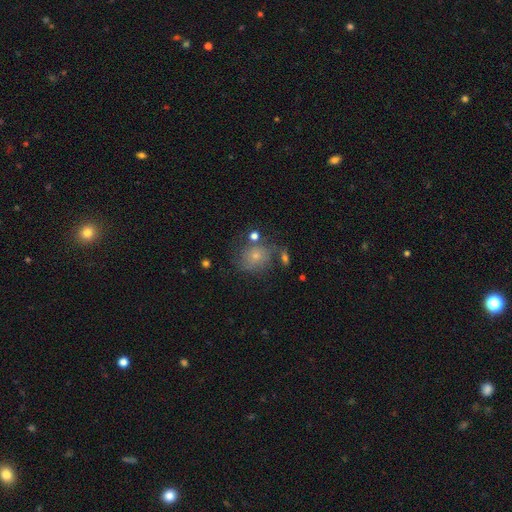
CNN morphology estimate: Q: Smooth or featured?
A: smooth (53%); runner-up: featured or disk (31%)
Q: How rounded?
A: round (75%); runner-up: in between (24%)
Q: Merging?
A: none (56%); runner-up: minor disturbance (21%)